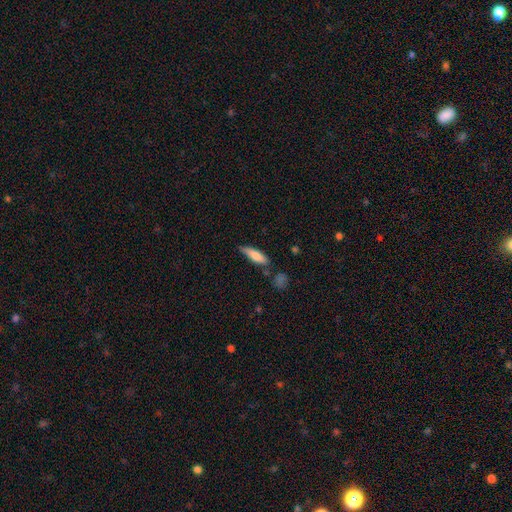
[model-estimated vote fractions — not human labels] A smooth galaxy with no disk features (71%) that is cigar-shaped (64%). Merging: none (68%).